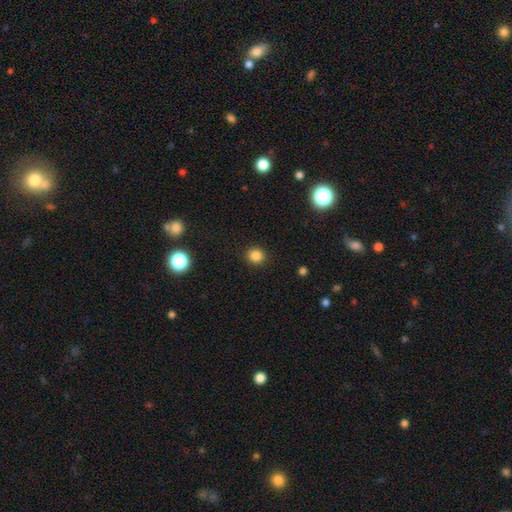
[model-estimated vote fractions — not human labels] smooth 84%, star or artifact 13%, featured or disk 4%. Down the decision tree: how rounded — round (90%); merging — none (92%).